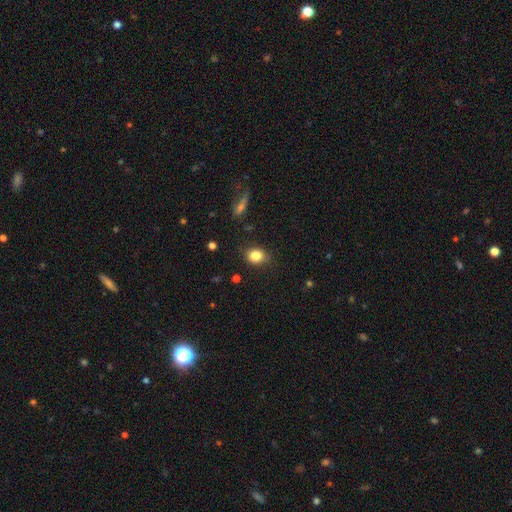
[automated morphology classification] Smooth or featured: smooth — 83% (star or artifact — 10%)
How rounded: round — 52% (in between — 46%)
Merging: none — 81% (minor disturbance — 14%)